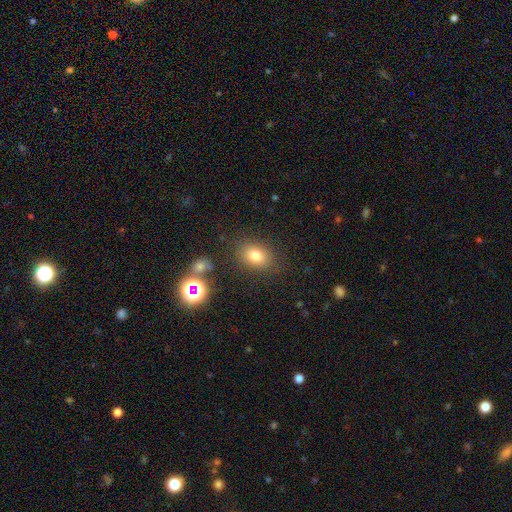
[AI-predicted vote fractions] smooth_or_featured: smooth (p=0.79) [alt: star or artifact p=0.13]
how_rounded: in between (p=0.70) [alt: round p=0.29]
merging: none (p=0.81) [alt: minor disturbance p=0.11]